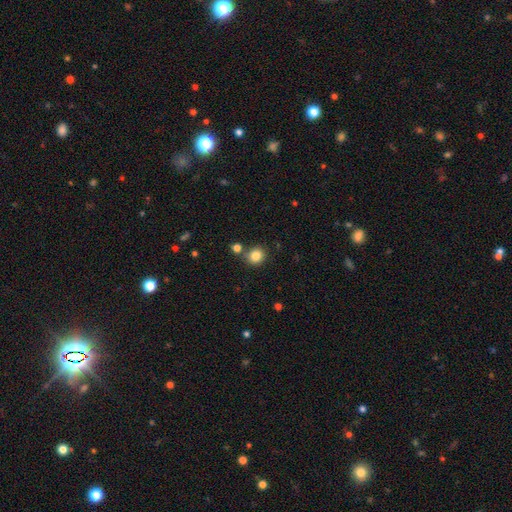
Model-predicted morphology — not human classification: Smooth or featured: smooth — 83% (star or artifact — 11%)
How rounded: round — 84% (in between — 15%)
Merging: none — 76% (merger — 11%)